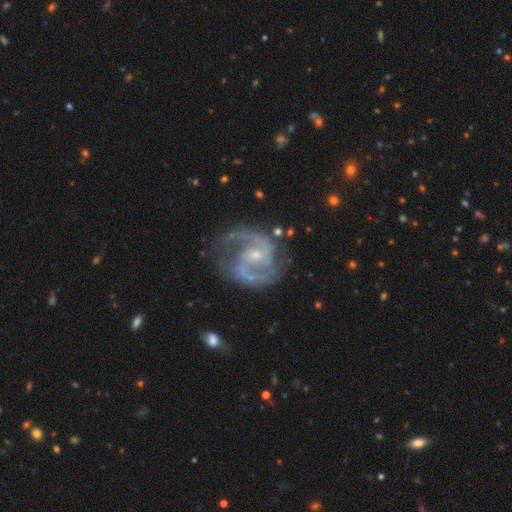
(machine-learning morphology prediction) This appears to be a featured or disk galaxy (92%) with a weak bar (44%), 2 (90%) medium (64%) spiral arms (98%) and a small central bulge (63%). Merging: none (73%).